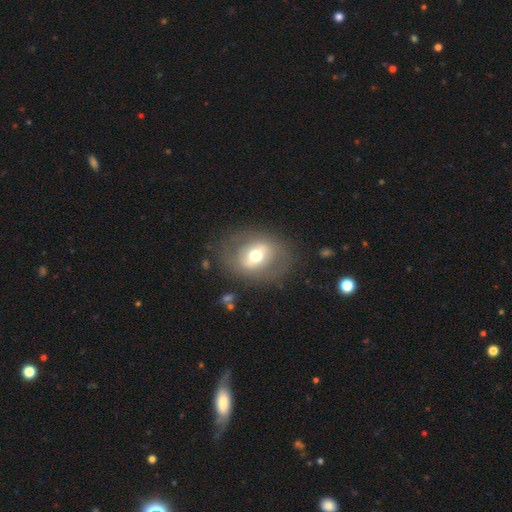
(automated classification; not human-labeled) smooth_or_featured: featured or disk (p=0.46) [tied with: smooth p=0.46]
merging: none (p=0.78) [alt: minor disturbance p=0.12]